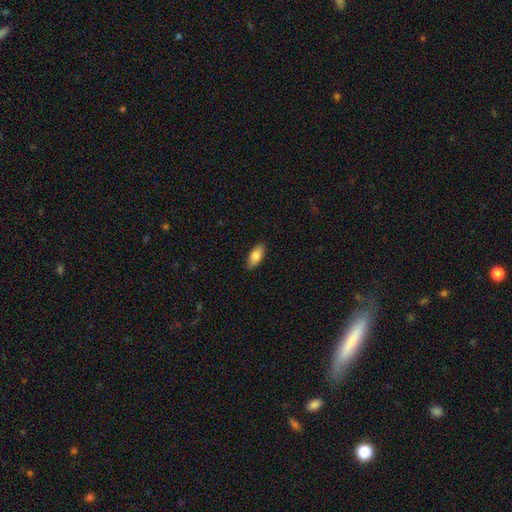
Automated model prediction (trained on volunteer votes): This appears to be a smooth galaxy with no disk features (82%) that is in between round and cigar-shaped (85%). Merging: none (88%).